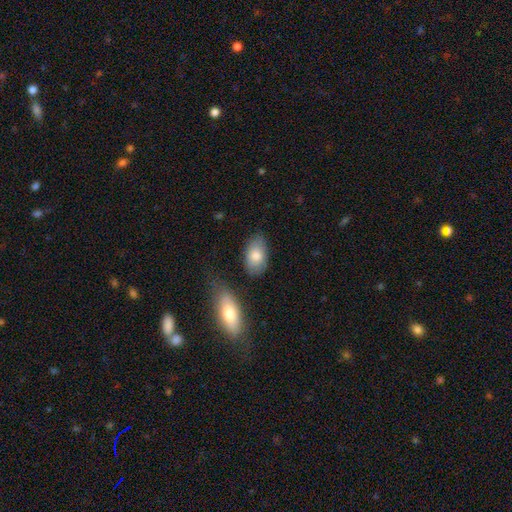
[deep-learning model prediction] smooth-or-featured: smooth: 81% | featured or disk: 13% | star or artifact: 6%
  how-rounded: in between: 92% | round: 6% | cigar-shaped: 2%
  merging: none: 72% | minor disturbance: 18% | merger: 5% | major disturbance: 4%